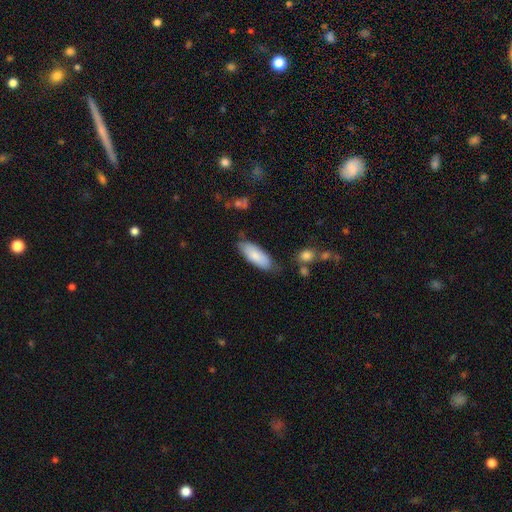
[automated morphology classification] type=smooth (83%); roundness=in between (73%); merging=none (73%).